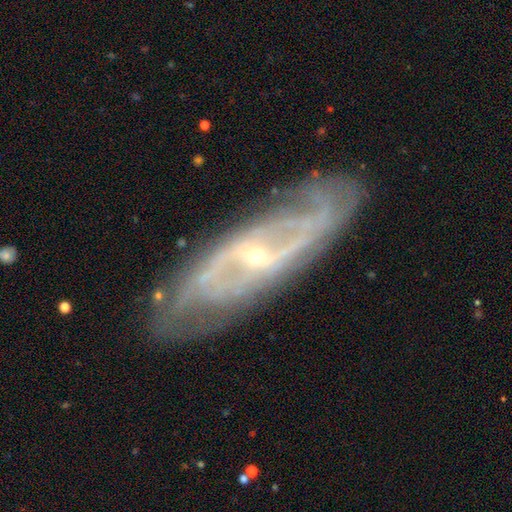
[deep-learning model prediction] Smooth or featured: featured or disk — 87% (smooth — 7%)
Edge-on disk: no — 84% (yes — 16%)
Bar: weak — 42% (strong — 30%)
Spiral arms: yes — 93% (no — 7%)
Spiral winding: medium — 41% (tight — 36%)
Spiral arm count: 2 — 50% (can't tell — 28%)
Bulge size: small — 78% (moderate — 18%)
Merging: none — 81% (minor disturbance — 14%)